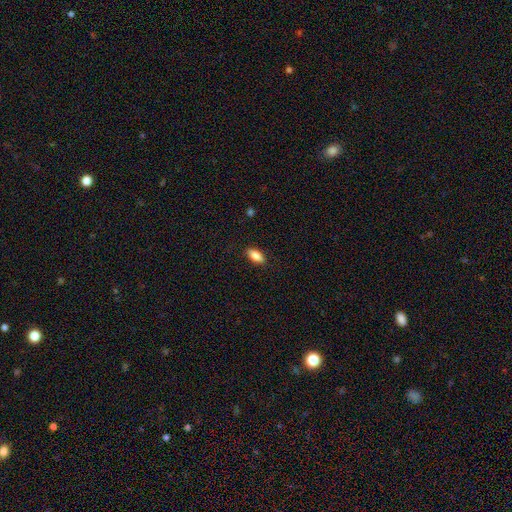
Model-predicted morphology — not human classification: Overall: smooth (86%). How rounded: in between (87%). Merging: none (88%).